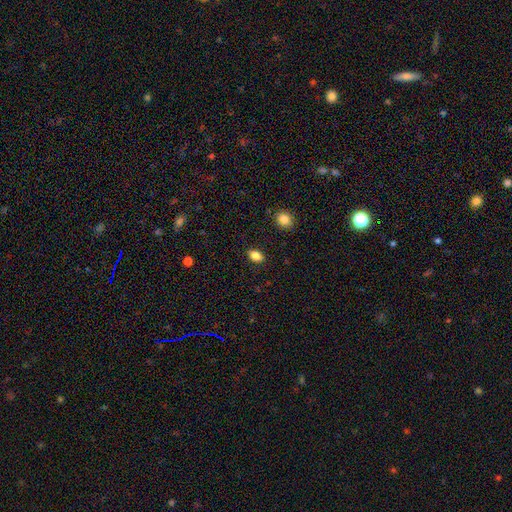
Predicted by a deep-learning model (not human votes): smooth-or-featured: smooth: 85% | star or artifact: 9% | featured or disk: 6%
  how-rounded: in between: 85% | round: 13% | cigar-shaped: 2%
  merging: none: 88% | minor disturbance: 8% | major disturbance: 2% | merger: 1%